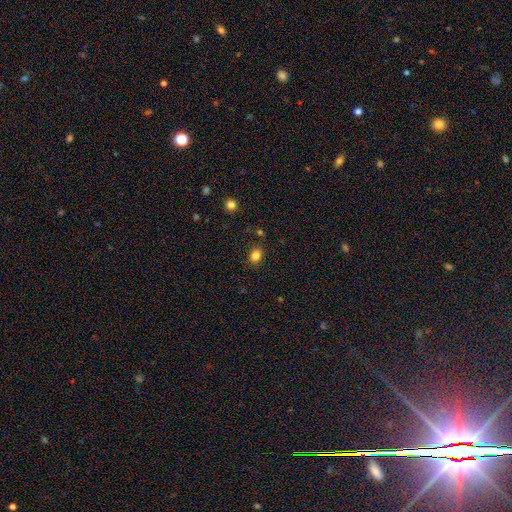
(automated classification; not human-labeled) Overall: smooth (83%). How rounded: round (50%; in between 49%). Merging: none (85%).